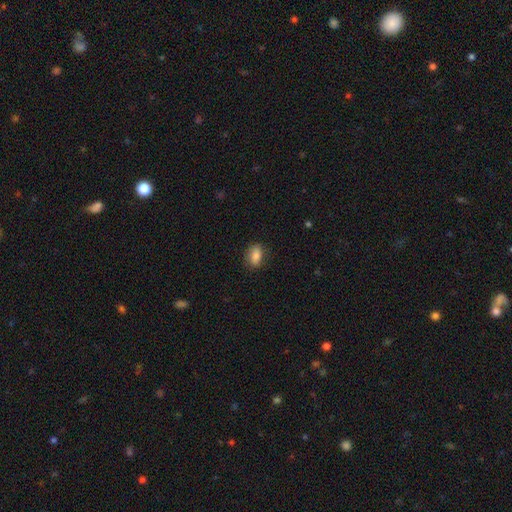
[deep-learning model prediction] Smooth or featured: smooth — 81% (featured or disk — 10%)
How rounded: in between — 85% (round — 12%)
Merging: none — 81% (minor disturbance — 15%)